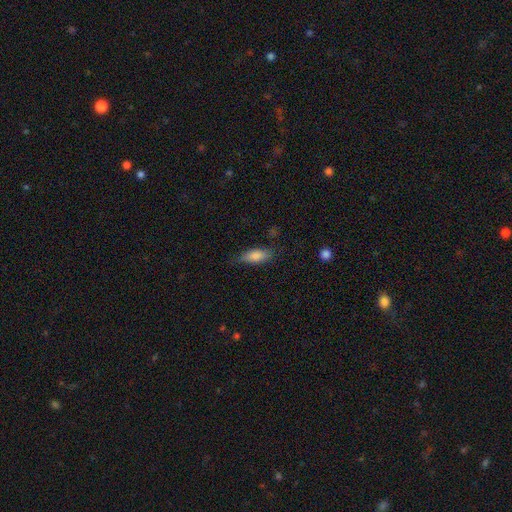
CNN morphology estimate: smooth_or_featured: smooth (p=0.81) [alt: featured or disk p=0.12]
how_rounded: in between (p=0.71) [alt: cigar-shaped p=0.27]
merging: none (p=0.77) [alt: minor disturbance p=0.17]